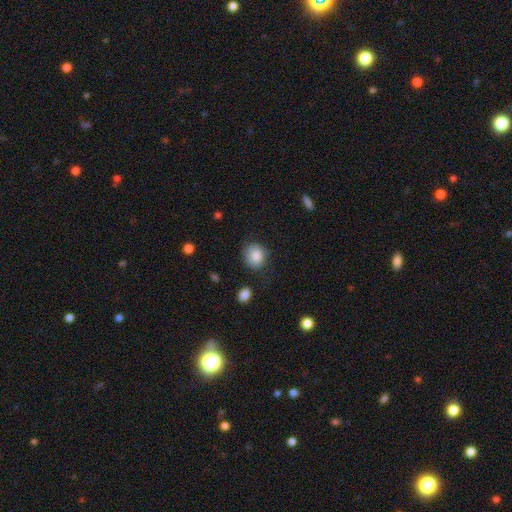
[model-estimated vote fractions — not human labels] Smooth or featured? Predicted: smooth (p=0.86). How rounded? Predicted: round (p=0.73). Merging? Predicted: none (p=0.74).